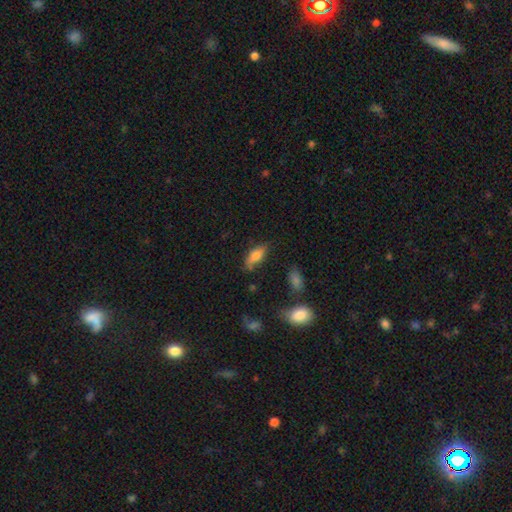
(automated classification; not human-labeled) Smooth or featured: smooth — 74% (featured or disk — 18%)
How rounded: in between — 79% (cigar-shaped — 18%)
Merging: none — 63% (minor disturbance — 27%)